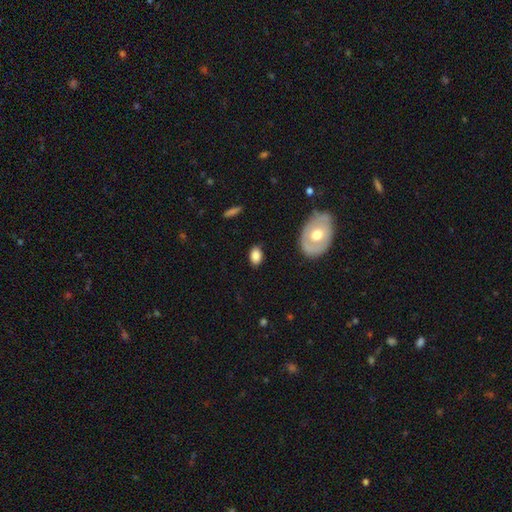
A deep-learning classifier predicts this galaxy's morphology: The model was most divided on "merging": none: 83%, minor disturbance: 12%, major disturbance: 3%, merger: 2%. More confident: how rounded — in between (86%); smooth or featured — smooth (81%).